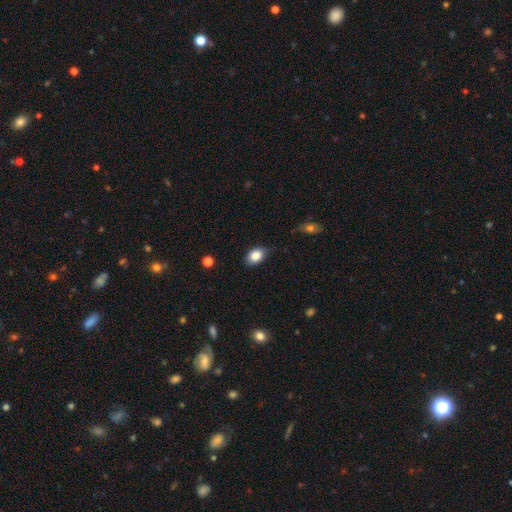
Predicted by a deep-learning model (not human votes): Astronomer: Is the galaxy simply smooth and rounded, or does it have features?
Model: smooth — 84%.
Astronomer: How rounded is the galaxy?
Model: in between — 72%.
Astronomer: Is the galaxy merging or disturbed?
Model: none — 73%.